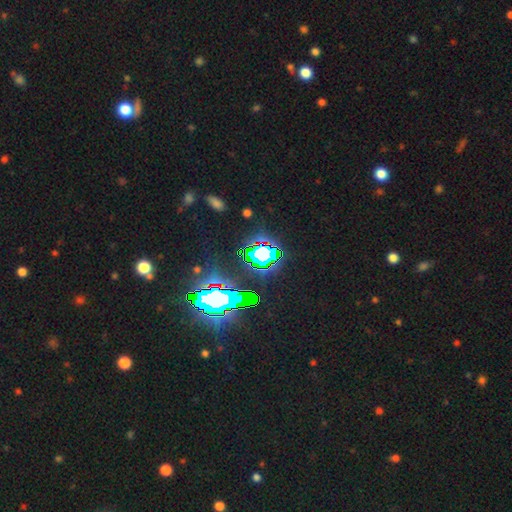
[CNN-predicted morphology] smooth_or_featured: star or artifact (p=0.84) [alt: smooth p=0.09]